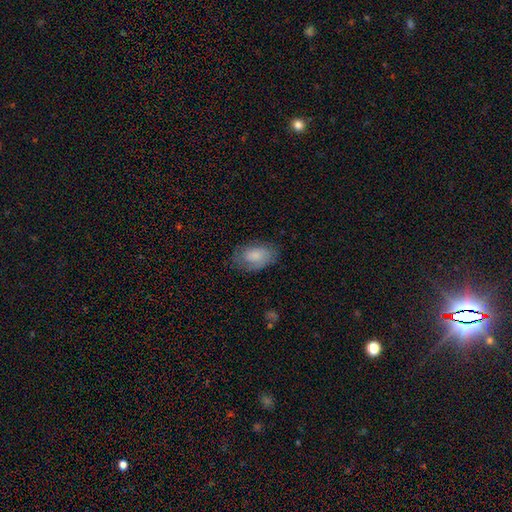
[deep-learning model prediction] Morphology: type=smooth (71%); roundness=in between (90%); merging=none (71%).